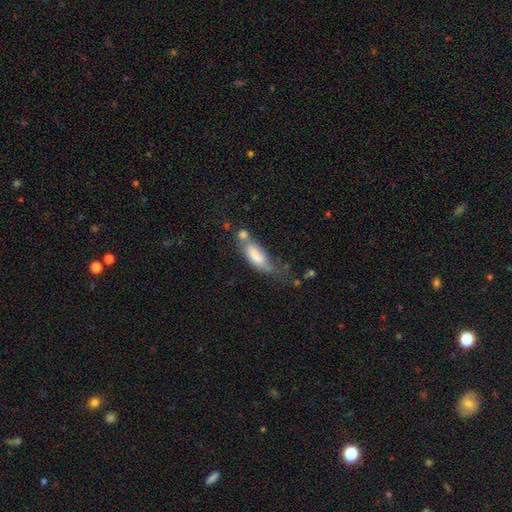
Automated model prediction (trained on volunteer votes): Smooth or featured: smooth — 70% (featured or disk — 23%)
How rounded: in between — 67% (cigar-shaped — 31%)
Merging: merger — 33% (none — 24%)